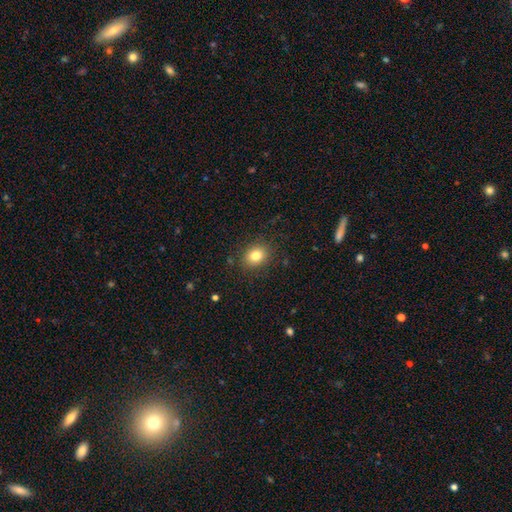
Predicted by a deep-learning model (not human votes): A smooth galaxy with no disk features (82%) that is round (51%). Merging: none (87%).